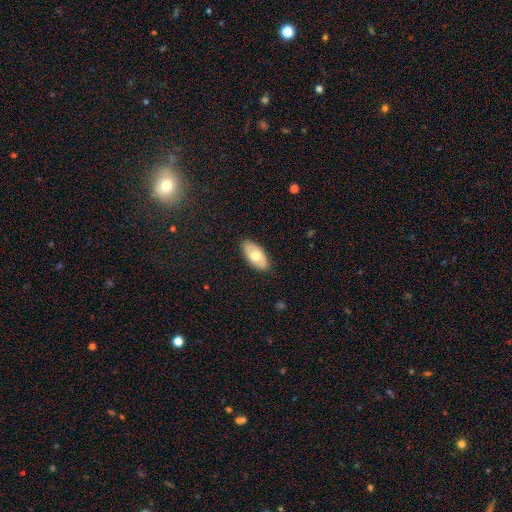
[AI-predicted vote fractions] Smooth or featured?
  - smooth: 65% *
  - featured or disk: 29%
  - star or artifact: 6%
How rounded?
  - in between: 94% *
  - cigar-shaped: 3%
  - round: 3%
Merging?
  - none: 87% *
  - minor disturbance: 10%
  - major disturbance: 2%
  - merger: 1%